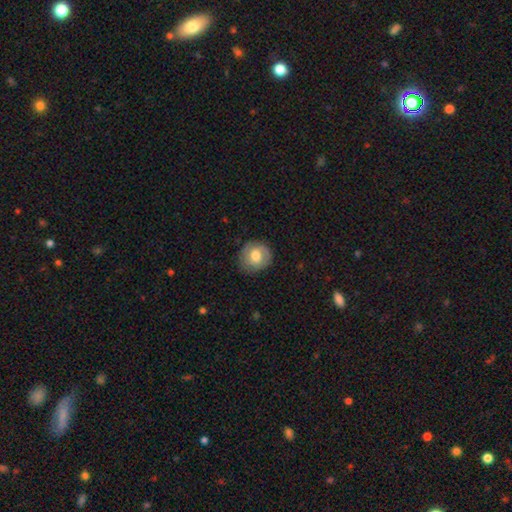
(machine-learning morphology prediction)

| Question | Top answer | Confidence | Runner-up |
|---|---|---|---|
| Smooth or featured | smooth | 65% | featured or disk (28%) |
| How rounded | round | 82% | in between (17%) |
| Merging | none | 79% | minor disturbance (15%) |